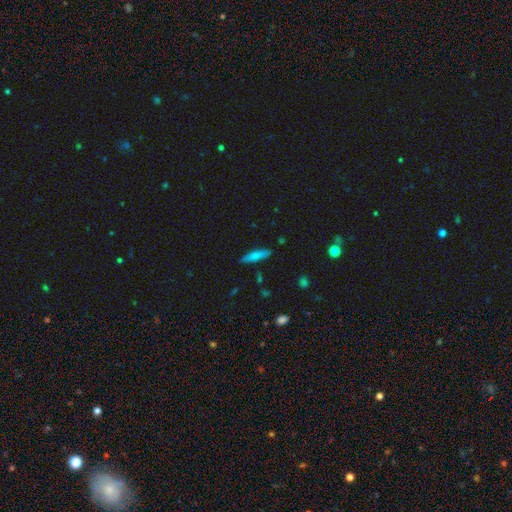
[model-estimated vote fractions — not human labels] smooth-or-featured: smooth: 71% | featured or disk: 22% | star or artifact: 7%
  how-rounded: cigar-shaped: 75% | in between: 23% | round: 2%
  merging: none: 86% | minor disturbance: 10% | major disturbance: 2% | merger: 2%